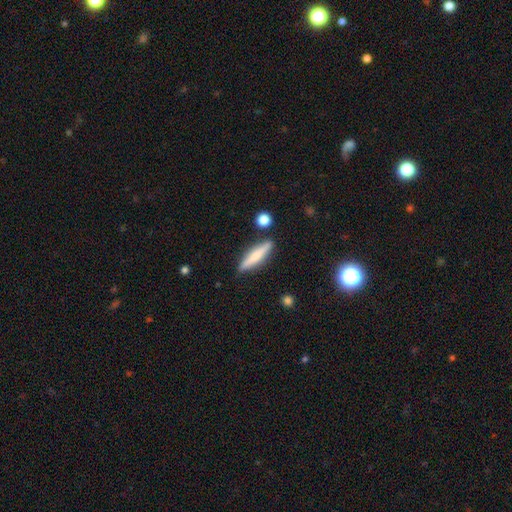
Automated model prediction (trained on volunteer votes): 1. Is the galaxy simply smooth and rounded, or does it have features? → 55% smooth, 38% featured or disk, 7% star or artifact.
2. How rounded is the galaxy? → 83% cigar-shaped, 14% in between, 2% round.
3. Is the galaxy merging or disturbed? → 85% none, 10% minor disturbance, 3% merger, 2% major disturbance.